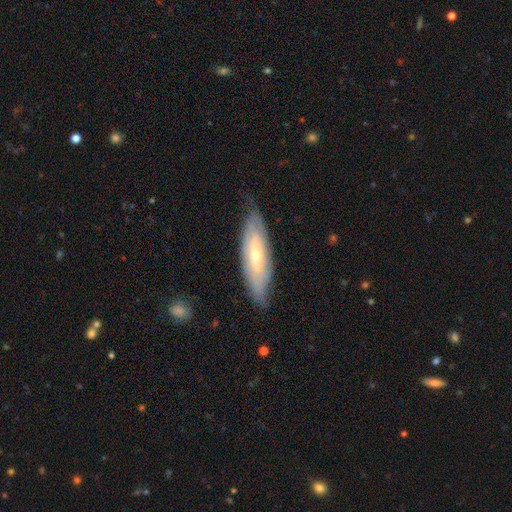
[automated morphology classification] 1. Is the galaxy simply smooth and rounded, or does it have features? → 58% featured or disk, 36% smooth, 6% star or artifact.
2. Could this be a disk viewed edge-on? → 66% no, 34% yes.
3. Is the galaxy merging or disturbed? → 75% none, 20% minor disturbance, 4% major disturbance, 1% merger.